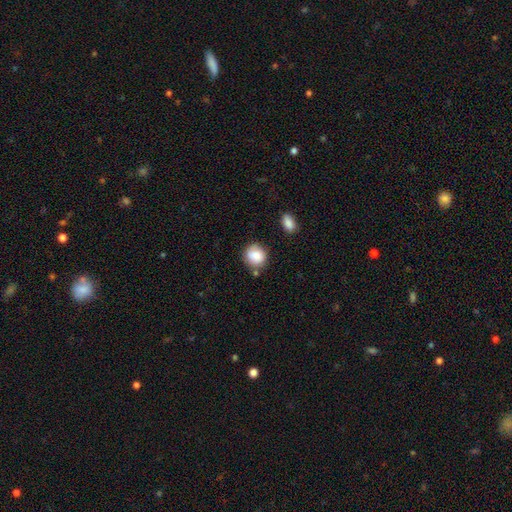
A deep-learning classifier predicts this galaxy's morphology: smooth 83%, featured or disk 9%, star or artifact 8%. Down the decision tree: how rounded — round (83%); merging — none (71%).